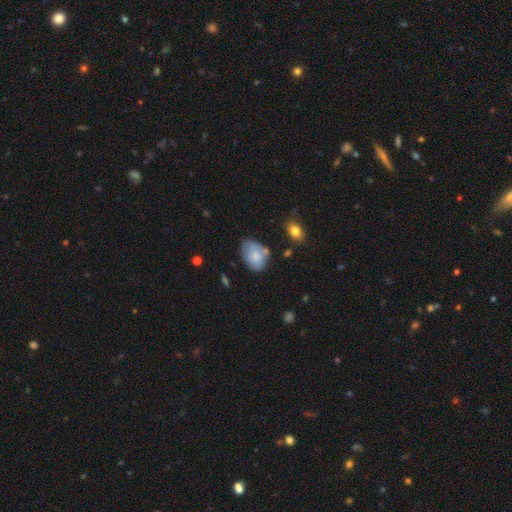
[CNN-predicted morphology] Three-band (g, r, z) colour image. It shows a smooth galaxy with no disk features (71%) that is in between round and cigar-shaped (81%). Merging: none (53%).